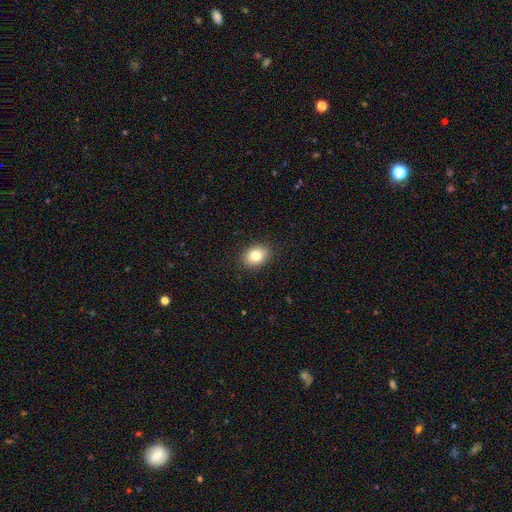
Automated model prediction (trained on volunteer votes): Smooth or featured?
  - smooth: 81% *
  - star or artifact: 9%
  - featured or disk: 9%
How rounded?
  - in between: 68% *
  - round: 31%
  - cigar-shaped: 1%
Merging?
  - none: 89% *
  - minor disturbance: 8%
  - major disturbance: 2%
  - merger: 1%